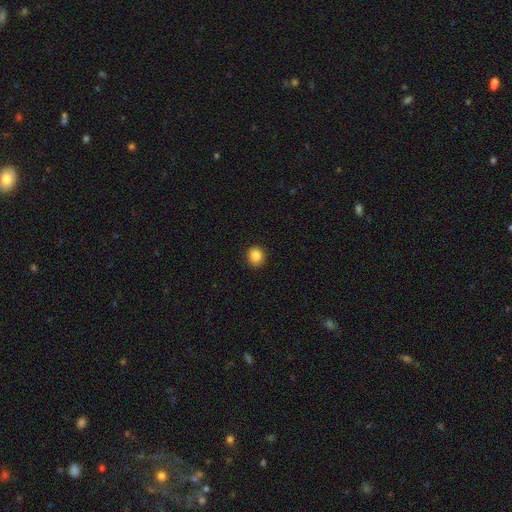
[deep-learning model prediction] Smooth or featured? smooth (86%)
How rounded? round (83%)
Merging? none (90%)